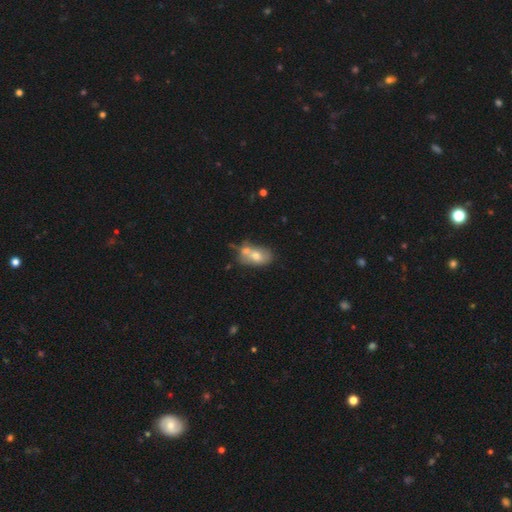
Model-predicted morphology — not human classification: Smooth or featured?
  - smooth: 66% *
  - featured or disk: 25%
  - star or artifact: 9%
How rounded?
  - in between: 84% *
  - round: 13%
  - cigar-shaped: 3%
Merging?
  - merger: 47% *
  - none: 32%
  - minor disturbance: 15%
  - major disturbance: 6%